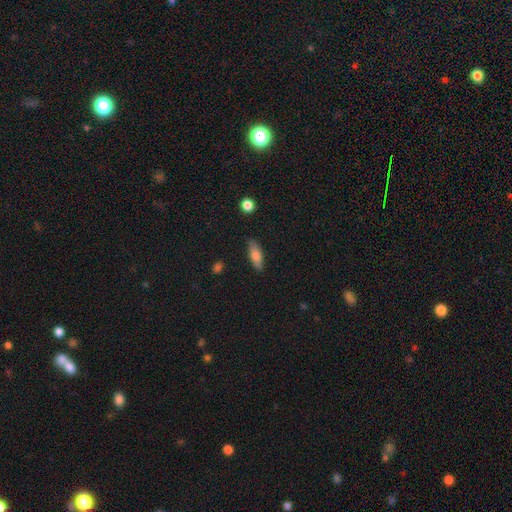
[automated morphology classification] smooth_or_featured: smooth (p=0.72) [alt: featured or disk p=0.22]
how_rounded: in between (p=0.63) [alt: cigar-shaped p=0.34]
merging: none (p=0.84) [alt: minor disturbance p=0.13]